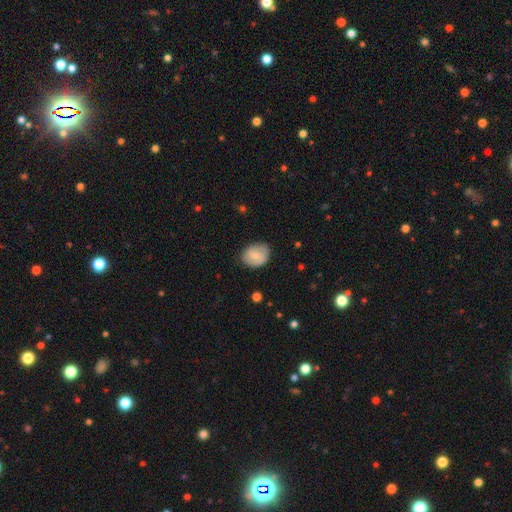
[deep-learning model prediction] Overall: smooth (68%). How rounded: in between (51%; round 48%). Merging: none (73%).